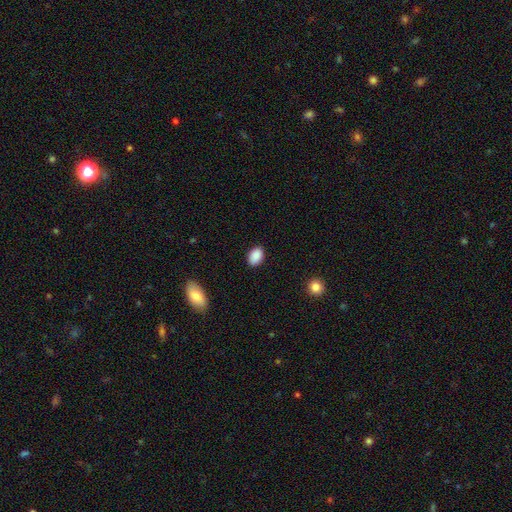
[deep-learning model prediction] A smooth galaxy with no disk features (90%) that is in between round and cigar-shaped (85%).

Vote fractions:
- Smooth or featured? smooth: 90% / star or artifact: 7% / featured or disk: 3%
- How rounded? in between: 85% / round: 13% / cigar-shaped: 1%
- Merging? none: 87% / minor disturbance: 10% / major disturbance: 2% / merger: 1%